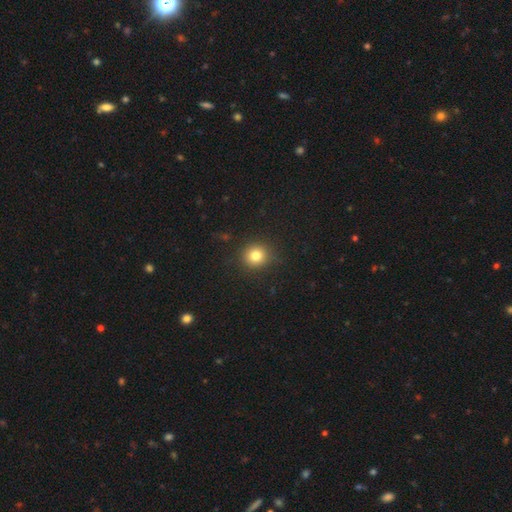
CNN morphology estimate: Smooth or featured?
  - smooth: 81% *
  - star or artifact: 12%
  - featured or disk: 6%
How rounded?
  - round: 89% *
  - in between: 10%
  - cigar-shaped: 1%
Merging?
  - none: 89% *
  - minor disturbance: 7%
  - major disturbance: 3%
  - merger: 1%